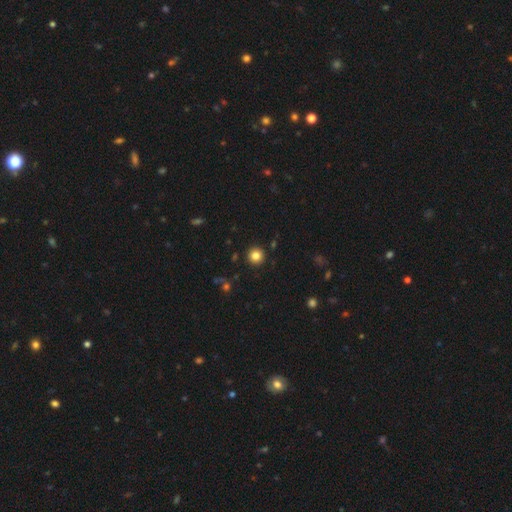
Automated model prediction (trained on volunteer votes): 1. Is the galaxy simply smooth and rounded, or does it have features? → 83% smooth, 12% star or artifact, 5% featured or disk.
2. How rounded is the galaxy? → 95% round, 4% in between, 1% cigar-shaped.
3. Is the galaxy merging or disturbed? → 92% none, 5% minor disturbance, 2% major disturbance, 1% merger.